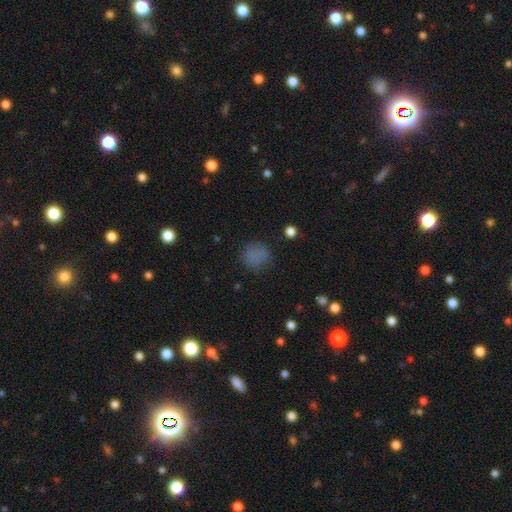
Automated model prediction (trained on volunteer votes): Q: Smooth or featured?
A: smooth (75%); runner-up: star or artifact (17%)
Q: How rounded?
A: round (86%); runner-up: in between (13%)
Q: Merging?
A: none (77%); runner-up: minor disturbance (15%)